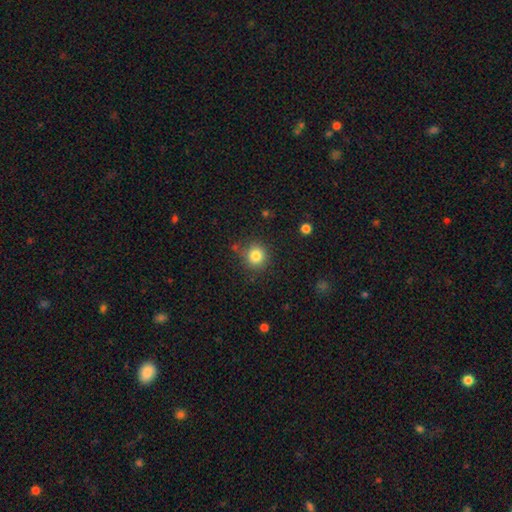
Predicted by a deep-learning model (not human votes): A smooth galaxy with no disk features (82%) that is round (90%). Merging: none (80%).